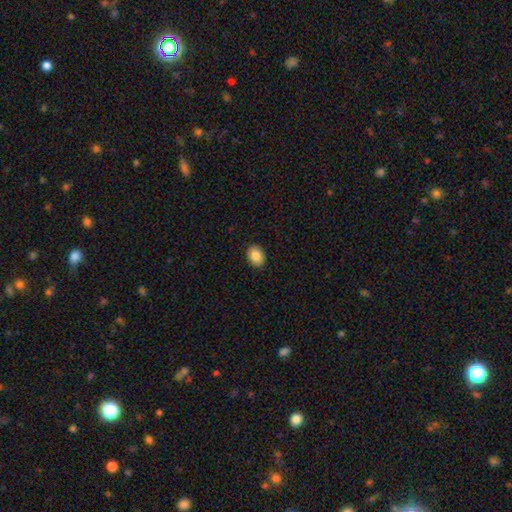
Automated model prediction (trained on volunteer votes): The model was most divided on "how rounded": in between: 68%, round: 31%, cigar-shaped: 1%. More confident: merging — none (90%); smooth or featured — smooth (85%).